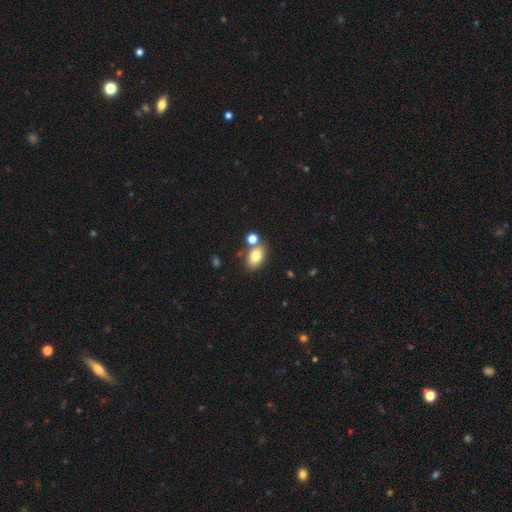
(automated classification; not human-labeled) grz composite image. It shows a smooth galaxy with no disk features (80%) that is in between round and cigar-shaped (81%). Merging: none (64%).